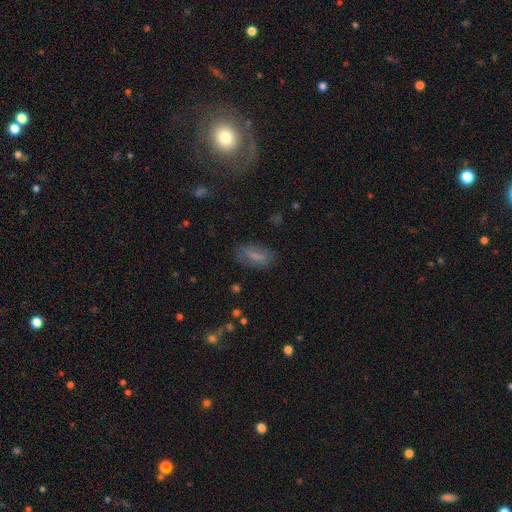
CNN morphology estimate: Smooth or featured? Predicted: smooth (p=0.69). How rounded? Predicted: in between (p=0.83). Merging? Predicted: none (p=0.75).